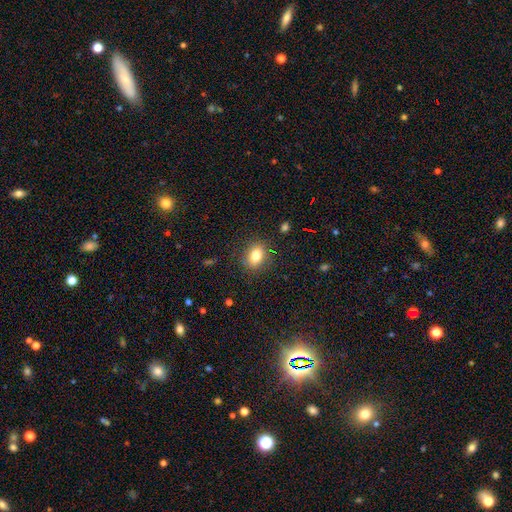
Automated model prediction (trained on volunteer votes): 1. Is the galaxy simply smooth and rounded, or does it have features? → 81% smooth, 10% star or artifact, 9% featured or disk.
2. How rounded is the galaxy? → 65% in between, 33% round, 2% cigar-shaped.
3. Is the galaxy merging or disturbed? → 85% none, 11% minor disturbance, 3% major disturbance, 1% merger.